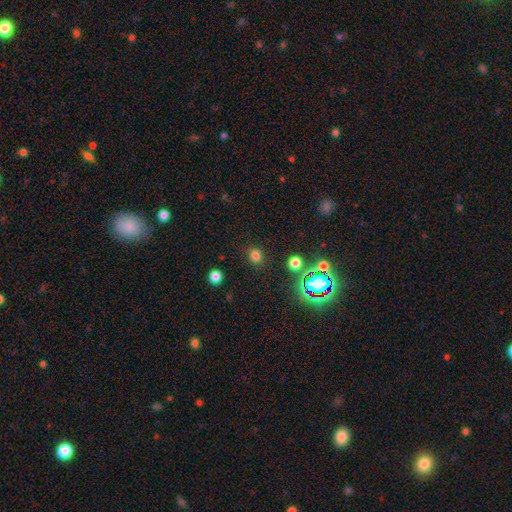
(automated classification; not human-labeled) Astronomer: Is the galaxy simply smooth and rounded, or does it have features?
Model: smooth — 74%.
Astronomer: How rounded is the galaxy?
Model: round — 81%.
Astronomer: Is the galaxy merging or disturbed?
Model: none — 87%.